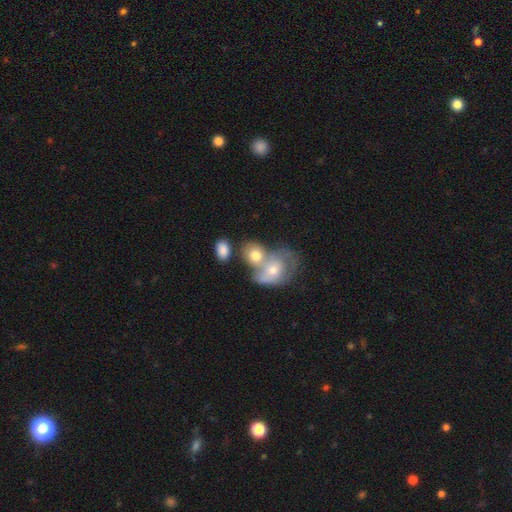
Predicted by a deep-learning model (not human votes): This appears to be a smooth galaxy with no disk features (59%) that is in between round and cigar-shaped (53%). Merging: merger (59%).